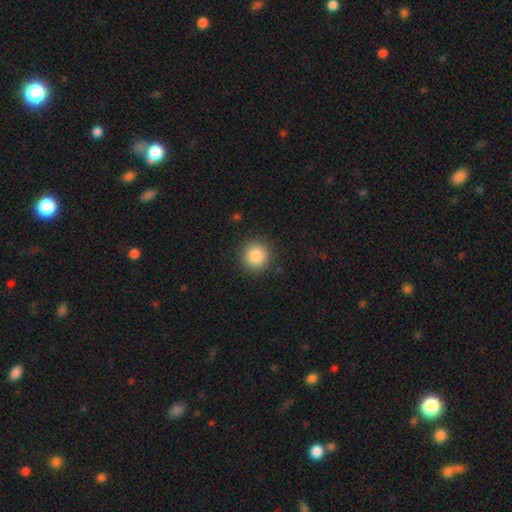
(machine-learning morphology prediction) A smooth galaxy with no disk features (87%) that is round (94%). Merging: none (90%).